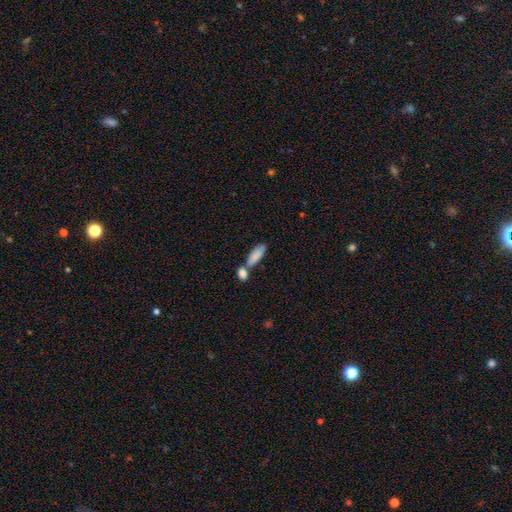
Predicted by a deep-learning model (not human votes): smooth_or_featured: smooth (p=0.82) [alt: featured or disk p=0.11]
how_rounded: in between (p=0.65) [alt: cigar-shaped p=0.32]
merging: none (p=0.42) [alt: merger p=0.41]